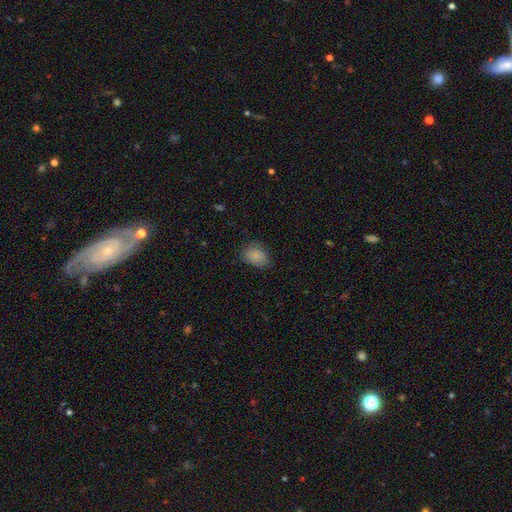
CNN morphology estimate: This appears to be a smooth galaxy with no disk features (85%) that is in between round and cigar-shaped (77%). Merging: none (68%).